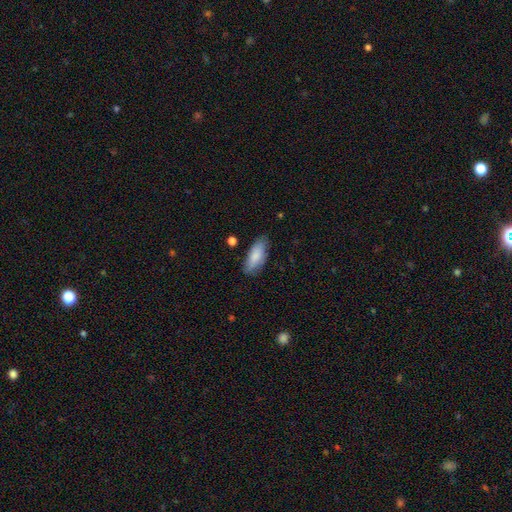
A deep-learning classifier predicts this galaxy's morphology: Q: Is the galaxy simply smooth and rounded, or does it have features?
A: smooth — 84%.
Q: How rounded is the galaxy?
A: in between — 78%.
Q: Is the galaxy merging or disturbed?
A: none — 79%.